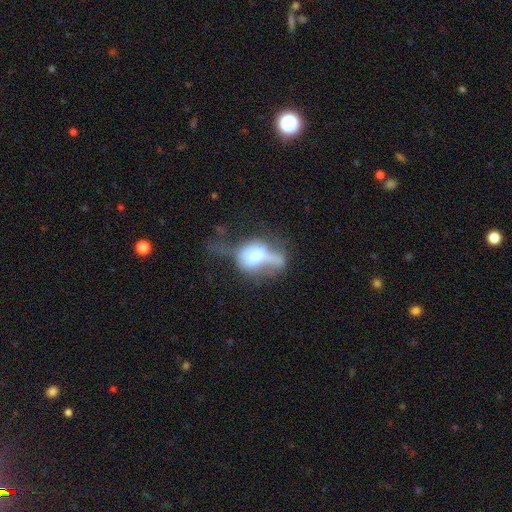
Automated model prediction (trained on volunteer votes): Smooth or featured: featured or disk — 45% (smooth — 44%)
Merging: major disturbance — 38% (merger — 23%)